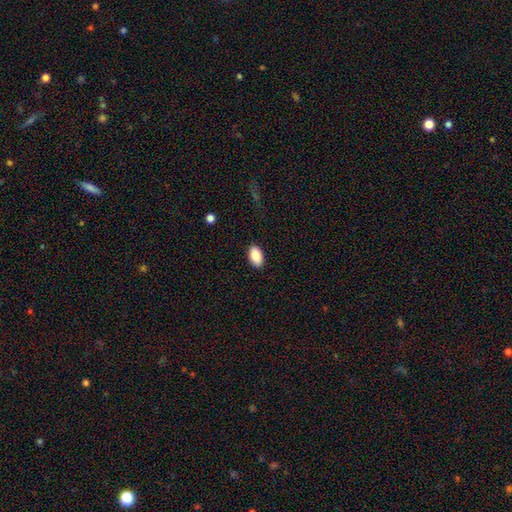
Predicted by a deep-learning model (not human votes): A smooth galaxy with no disk features (88%) that is in between round and cigar-shaped (94%).

Vote fractions:
- Smooth or featured? smooth: 88% / star or artifact: 7% / featured or disk: 6%
- How rounded? in between: 94% / round: 4% / cigar-shaped: 2%
- Merging? none: 89% / minor disturbance: 8% / major disturbance: 2% / merger: 1%